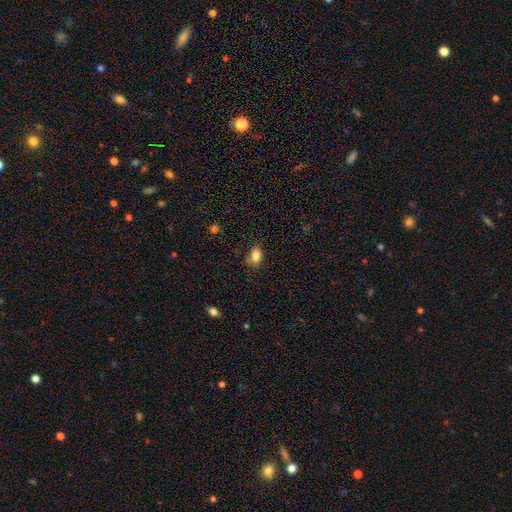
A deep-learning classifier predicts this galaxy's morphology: Q: Smooth or featured?
A: smooth (85%); runner-up: star or artifact (10%)
Q: How rounded?
A: in between (84%); runner-up: round (13%)
Q: Merging?
A: none (69%); runner-up: minor disturbance (23%)